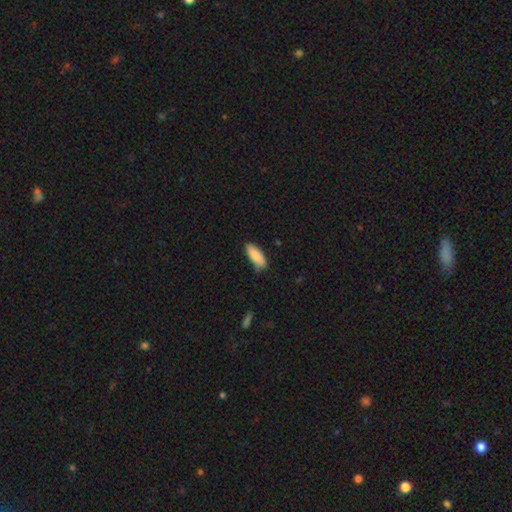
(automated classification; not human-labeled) Smooth or featured? Predicted: smooth (p=0.87). How rounded? Predicted: in between (p=0.68). Merging? Predicted: none (p=0.80).